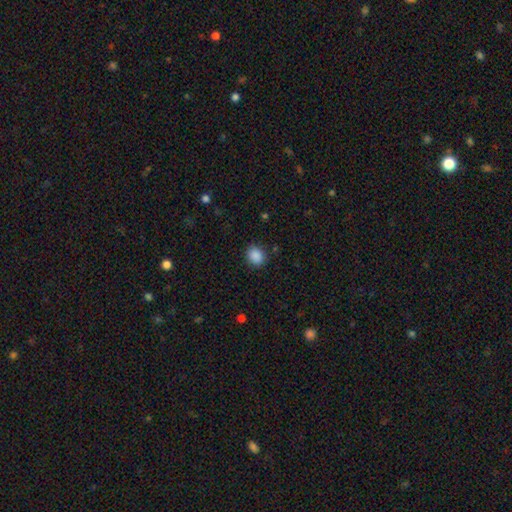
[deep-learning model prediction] Smooth or featured: smooth — 88% (star or artifact — 9%)
How rounded: round — 60% (in between — 39%)
Merging: none — 86% (minor disturbance — 10%)